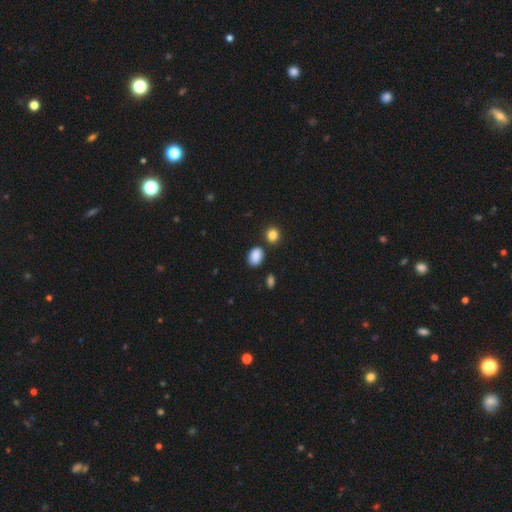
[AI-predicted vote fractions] Smooth or featured?
  - smooth: 87% *
  - star or artifact: 9%
  - featured or disk: 4%
How rounded?
  - in between: 71% *
  - round: 28%
  - cigar-shaped: 1%
Merging?
  - none: 78% *
  - minor disturbance: 13%
  - merger: 6%
  - major disturbance: 3%